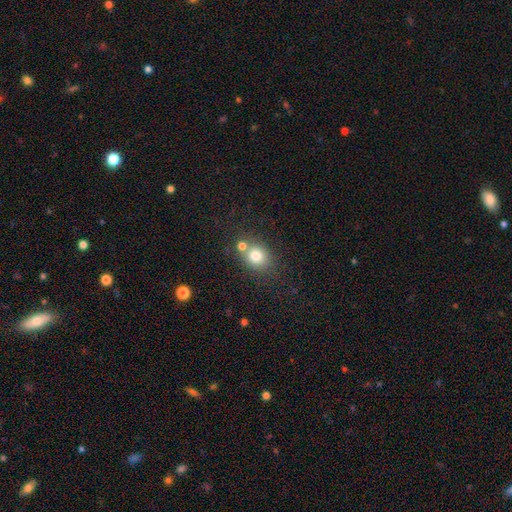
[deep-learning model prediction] Smooth or featured? Predicted: smooth (p=0.79). How rounded? Predicted: round (p=0.68). Merging? Predicted: none (p=0.62).